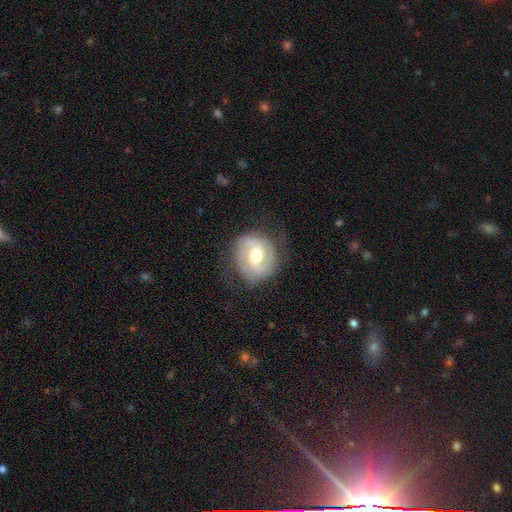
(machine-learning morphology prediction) Smooth or featured: featured or disk — 76% (smooth — 18%)
Edge-on disk: no — 97% (yes — 3%)
Bar: weak — 48% (no — 34%)
Spiral arms: yes — 89% (no — 11%)
Spiral winding: medium — 43% (tight — 42%)
Spiral arm count: 2 — 79% (can't tell — 10%)
Bulge size: moderate — 75% (small — 14%)
Merging: none — 75% (minor disturbance — 17%)